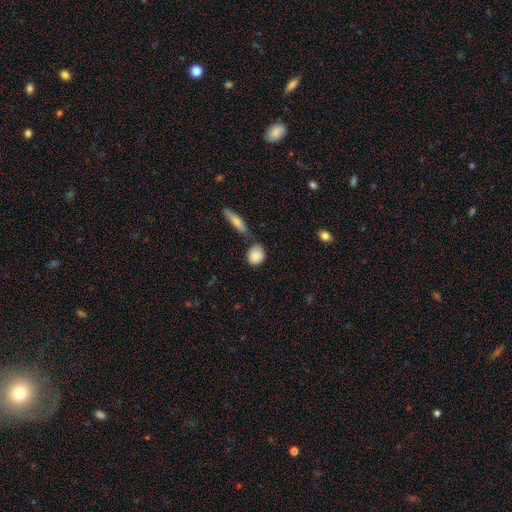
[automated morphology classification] Smooth or featured? smooth (85%)
How rounded? round (63%)
Merging? none (64%)